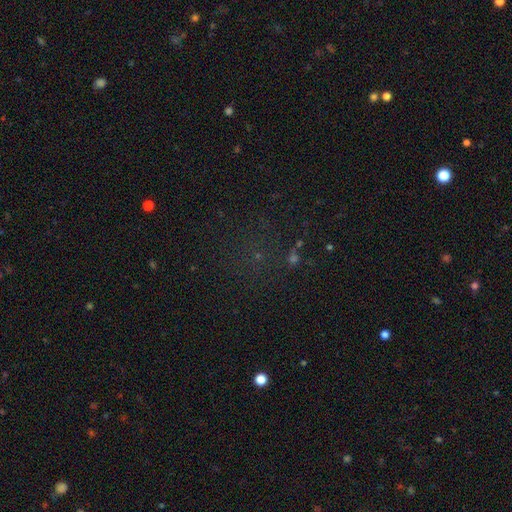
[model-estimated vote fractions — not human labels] smooth-or-featured: star or artifact: 58% | smooth: 29% | featured or disk: 13%